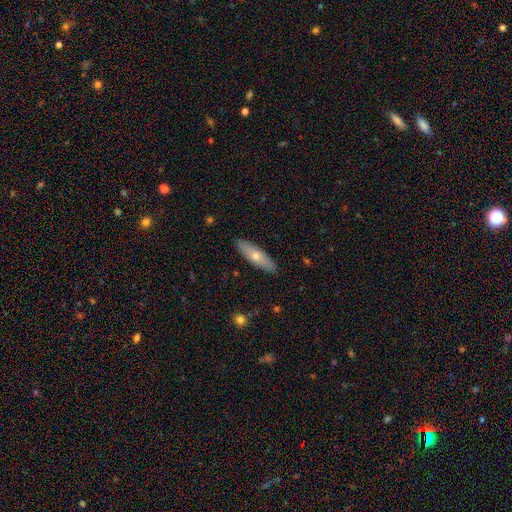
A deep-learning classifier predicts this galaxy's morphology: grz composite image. It shows a smooth galaxy with no disk features (57%) that is cigar-shaped (63%). Merging: none (89%).